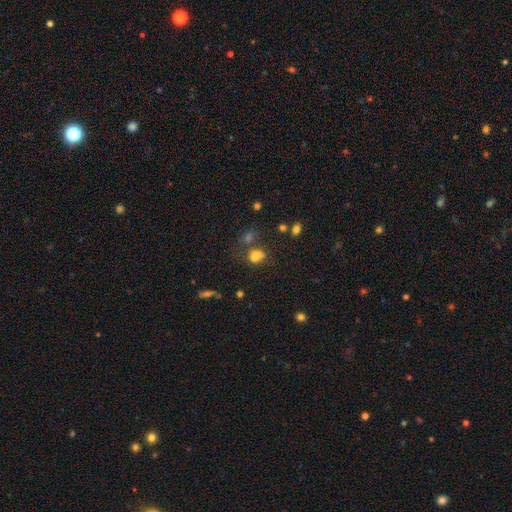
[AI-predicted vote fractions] Overall: smooth (65%). How rounded: round (52%; in between 46%). Merging: merger (49%; none 33%).